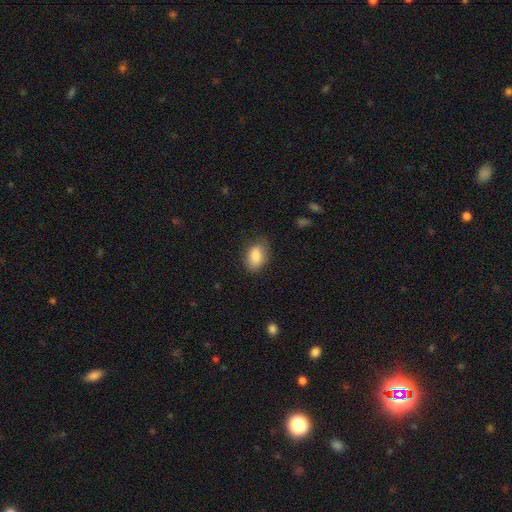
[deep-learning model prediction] smooth 86%, star or artifact 7%, featured or disk 7%. Down the decision tree: how rounded — in between (88%); merging — none (73%).